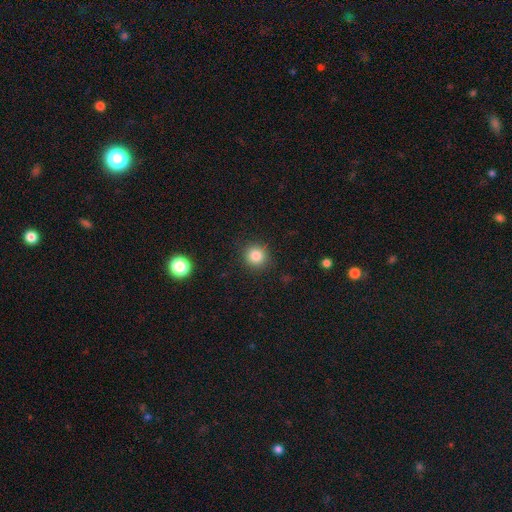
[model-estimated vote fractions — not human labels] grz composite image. It shows a smooth galaxy with no disk features (83%) that is round (92%). Merging: none (90%).